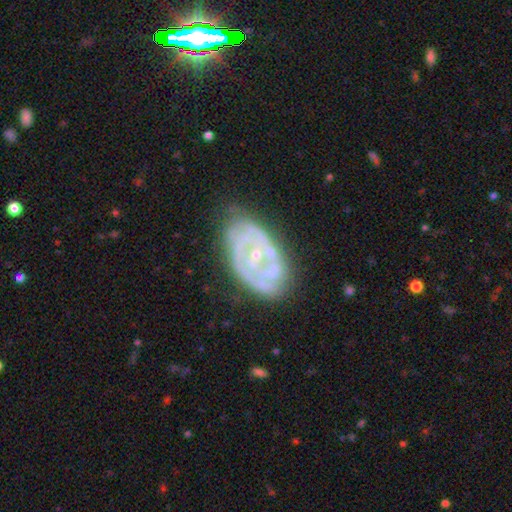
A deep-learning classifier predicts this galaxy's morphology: Q: Smooth or featured?
A: featured or disk (79%); runner-up: smooth (14%)
Q: Edge-on disk?
A: no (95%); runner-up: yes (5%)
Q: Bar?
A: no (69%); runner-up: weak (23%)
Q: Spiral arms?
A: yes (66%); runner-up: no (34%)
Q: Bulge size?
A: small (69%); runner-up: moderate (26%)
Q: Merging?
A: none (62%); runner-up: minor disturbance (24%)